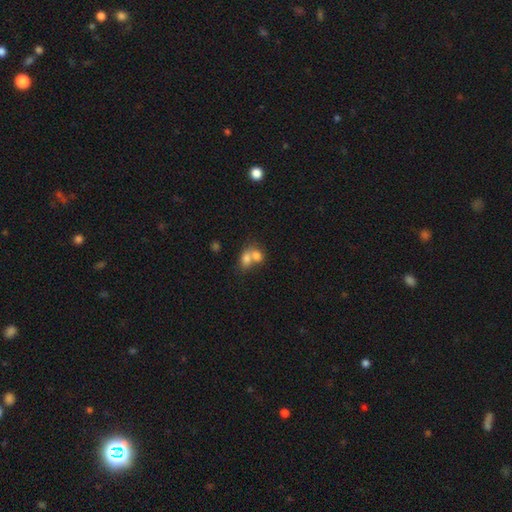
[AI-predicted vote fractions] The model was most divided on "how rounded": in between: 63%, round: 36%, cigar-shaped: 1%. More confident: smooth or featured — smooth (74%); merging — merger (70%).